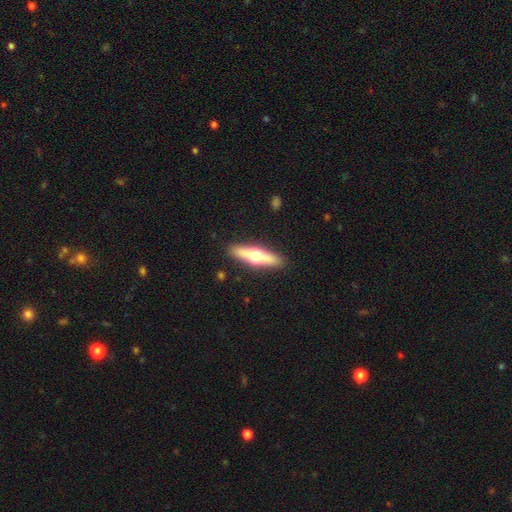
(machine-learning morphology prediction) Smooth or featured?
  - featured or disk: 56% *
  - smooth: 38%
  - star or artifact: 5%
Edge-on disk?
  - yes: 92% *
  - no: 8%
Edge-on bulge?
  - rounded: 95% *
  - none: 3%
  - boxy: 3%
Merging?
  - none: 90% *
  - minor disturbance: 7%
  - major disturbance: 2%
  - merger: 1%